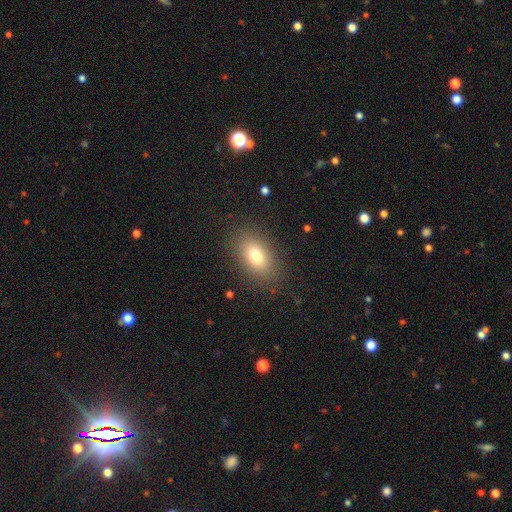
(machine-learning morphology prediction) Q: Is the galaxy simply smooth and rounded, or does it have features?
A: smooth — 76%.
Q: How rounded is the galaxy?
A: in between — 85%.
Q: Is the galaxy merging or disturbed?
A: none — 85%.